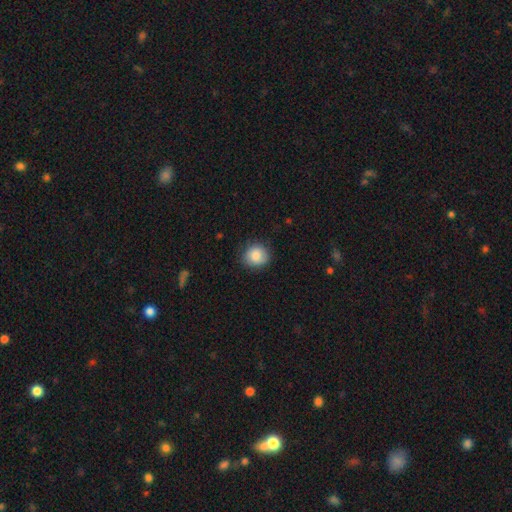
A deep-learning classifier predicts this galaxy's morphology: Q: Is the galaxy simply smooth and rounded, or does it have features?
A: smooth — 84%.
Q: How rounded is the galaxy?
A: round — 86%.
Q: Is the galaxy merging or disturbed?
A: none — 84%.